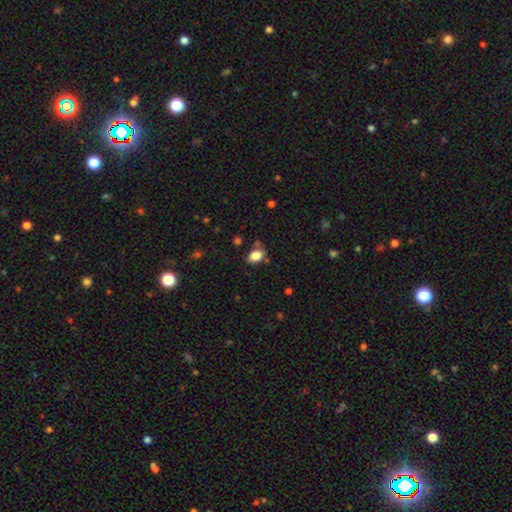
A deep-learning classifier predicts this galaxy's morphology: The model was most divided on "merging": none: 74%, minor disturbance: 15%, merger: 7%, major disturbance: 4%. More confident: how rounded — in between (85%); smooth or featured — smooth (85%).